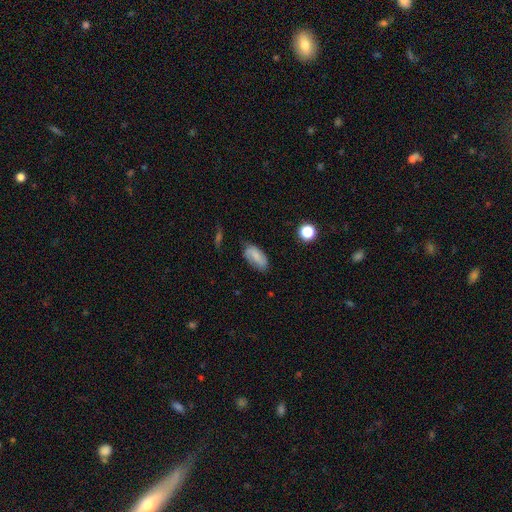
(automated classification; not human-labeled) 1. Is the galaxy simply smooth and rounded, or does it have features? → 63% smooth, 28% featured or disk, 9% star or artifact.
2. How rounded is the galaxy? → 91% in between, 5% cigar-shaped, 4% round.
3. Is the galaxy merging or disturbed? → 66% none, 25% minor disturbance, 7% major disturbance, 2% merger.